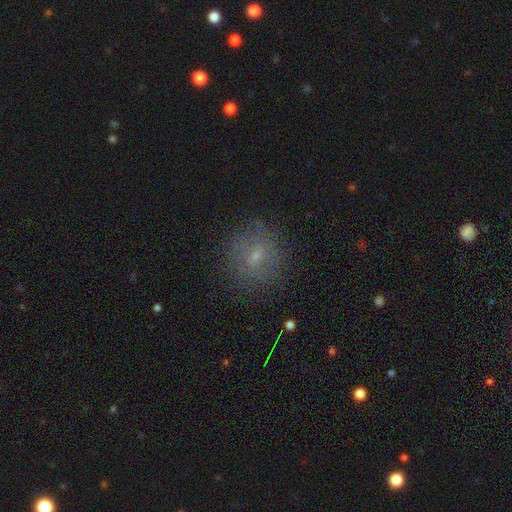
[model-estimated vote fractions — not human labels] smooth 56%, featured or disk 25%, star or artifact 19%. Down the decision tree: how rounded — round (84%); merging — none (81%).